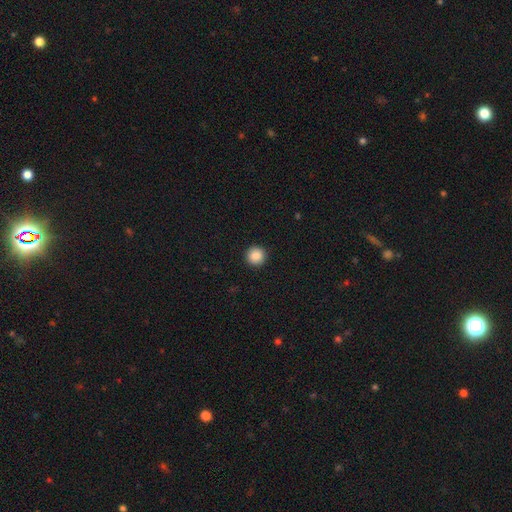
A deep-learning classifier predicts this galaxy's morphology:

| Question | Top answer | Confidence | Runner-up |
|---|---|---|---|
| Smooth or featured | smooth | 88% | star or artifact (9%) |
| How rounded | round | 96% | in between (3%) |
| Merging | none | 93% | minor disturbance (4%) |